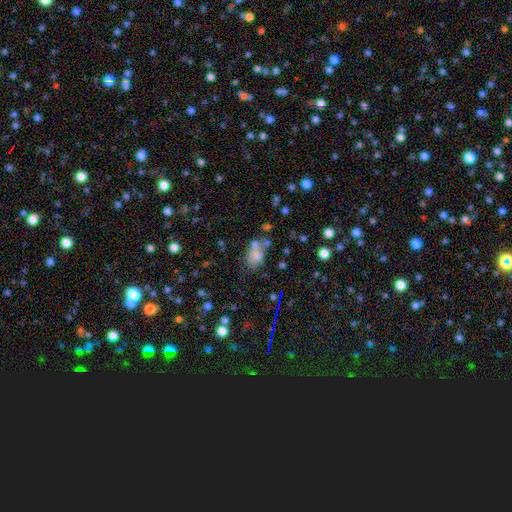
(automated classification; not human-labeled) smooth-or-featured: smooth: 57% | featured or disk: 27% | star or artifact: 16%
  how-rounded: in between: 79% | round: 20% | cigar-shaped: 2%
  merging: none: 37% | merger: 27% | minor disturbance: 21% | major disturbance: 15%